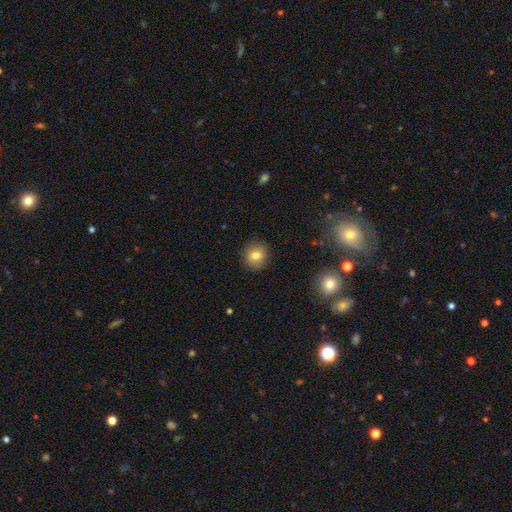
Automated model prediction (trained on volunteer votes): A smooth galaxy with no disk features (79%) that is round (84%).

Vote fractions:
- Smooth or featured? smooth: 79% / featured or disk: 10% / star or artifact: 10%
- How rounded? round: 84% / in between: 15% / cigar-shaped: 1%
- Merging? none: 90% / minor disturbance: 7% / major disturbance: 2% / merger: 1%